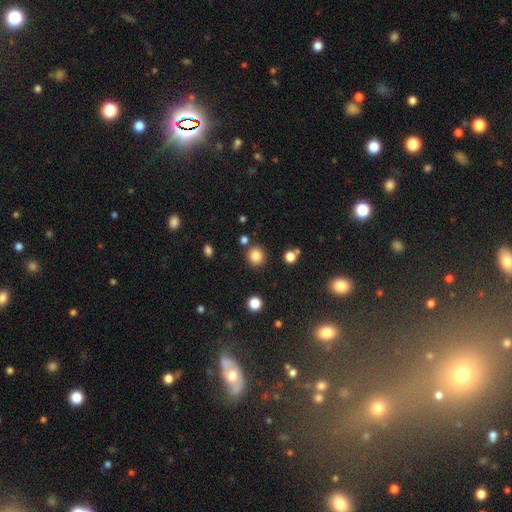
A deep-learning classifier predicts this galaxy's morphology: smooth 83%, star or artifact 12%, featured or disk 5%. Down the decision tree: how rounded — round (91%); merging — none (85%).